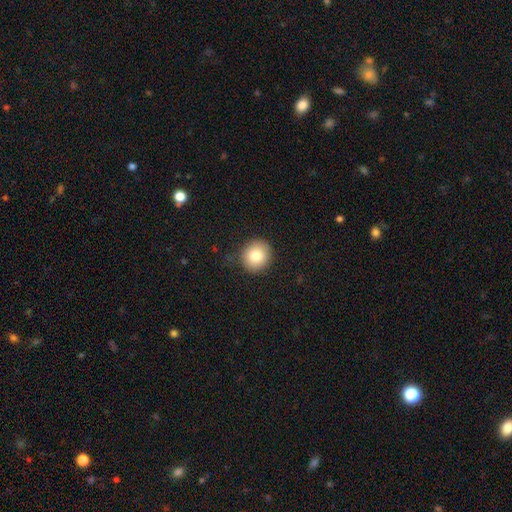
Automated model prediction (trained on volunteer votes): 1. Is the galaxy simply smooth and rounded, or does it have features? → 82% smooth, 9% star or artifact, 9% featured or disk.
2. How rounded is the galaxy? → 85% round, 14% in between, 1% cigar-shaped.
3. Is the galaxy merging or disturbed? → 85% none, 11% minor disturbance, 3% major disturbance, 1% merger.